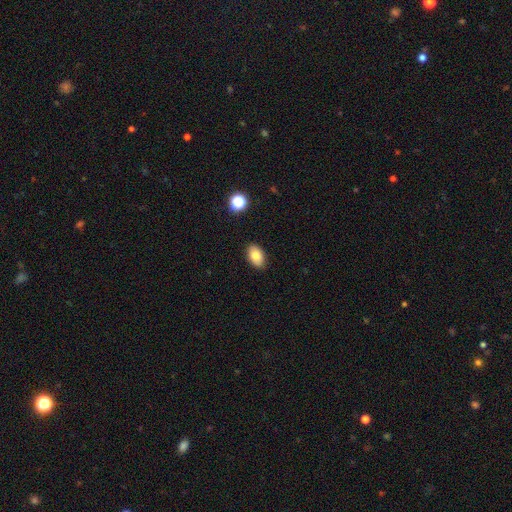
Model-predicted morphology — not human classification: smooth-or-featured: smooth: 81% | featured or disk: 10% | star or artifact: 9%
  how-rounded: in between: 91% | round: 8% | cigar-shaped: 1%
  merging: none: 88% | minor disturbance: 9% | major disturbance: 2% | merger: 1%